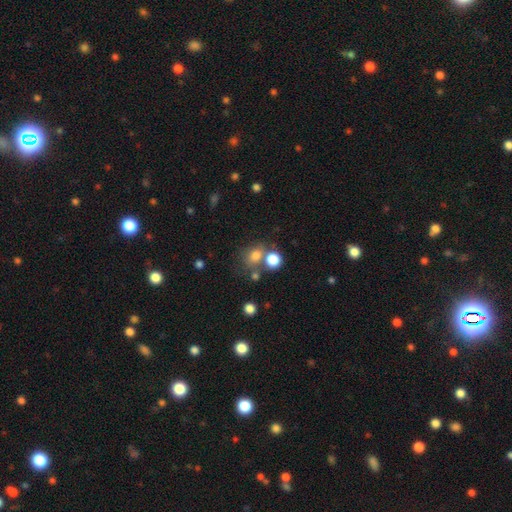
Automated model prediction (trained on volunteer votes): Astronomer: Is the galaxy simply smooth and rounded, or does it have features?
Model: smooth — 75%.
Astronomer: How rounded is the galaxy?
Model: round — 60% (runner-up: in between, 39%).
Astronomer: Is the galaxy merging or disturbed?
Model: none — 54%.